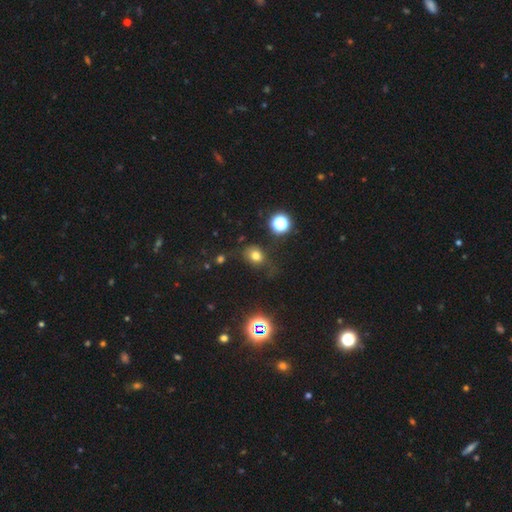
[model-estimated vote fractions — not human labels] smooth 71%, star or artifact 20%, featured or disk 9%. Down the decision tree: how rounded — round (52%); merging — none (63%).